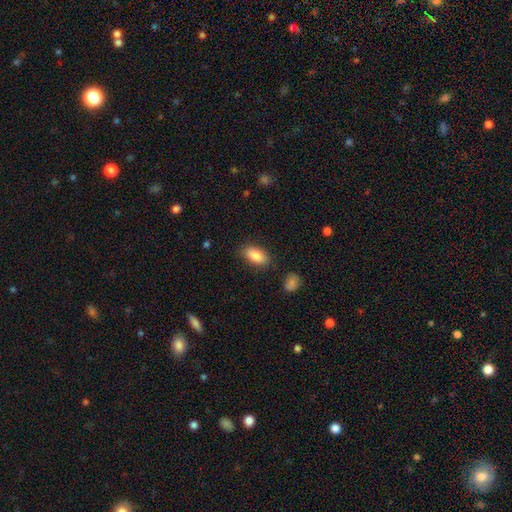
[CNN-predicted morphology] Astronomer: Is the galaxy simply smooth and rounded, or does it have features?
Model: smooth — 86%.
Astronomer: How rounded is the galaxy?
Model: in between — 91%.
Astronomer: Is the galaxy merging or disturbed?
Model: none — 84%.